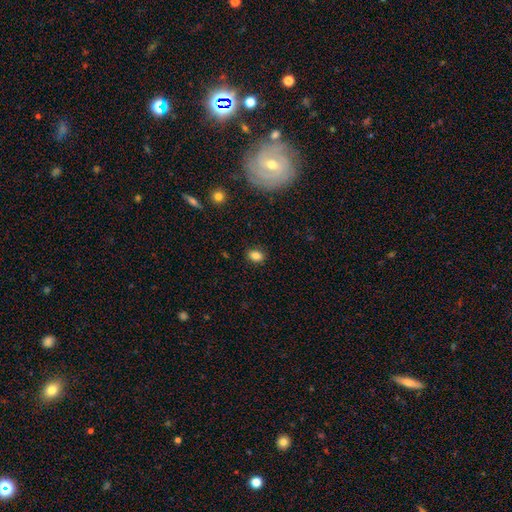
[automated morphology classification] smooth_or_featured: smooth (p=0.84) [alt: star or artifact p=0.10]
how_rounded: in between (p=0.72) [alt: round p=0.27]
merging: none (p=0.87) [alt: minor disturbance p=0.09]